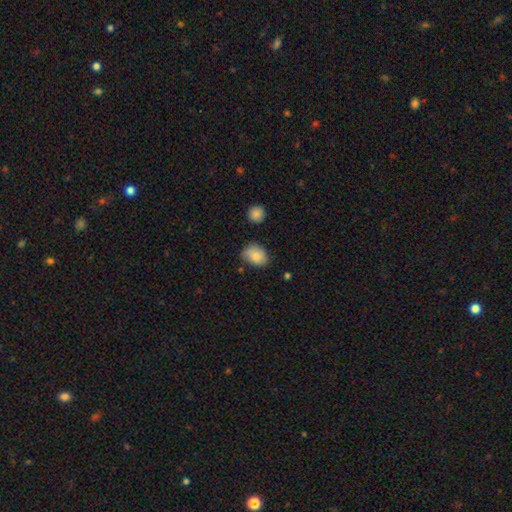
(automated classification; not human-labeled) This appears to be a smooth galaxy with no disk features (80%) that is in between round and cigar-shaped (73%). Merging: none (63%).